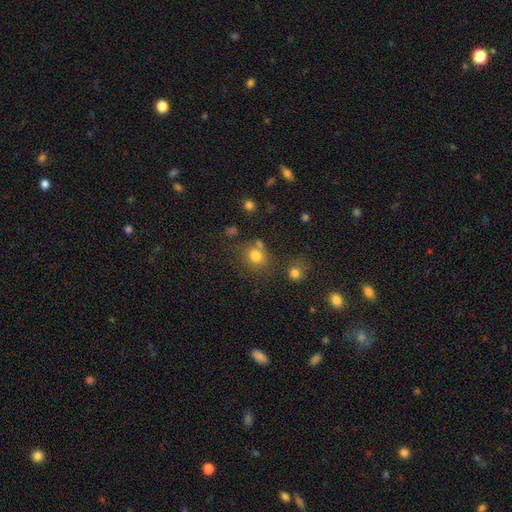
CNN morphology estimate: Overall: smooth (77%). How rounded: round (73%). Merging: none (62%).